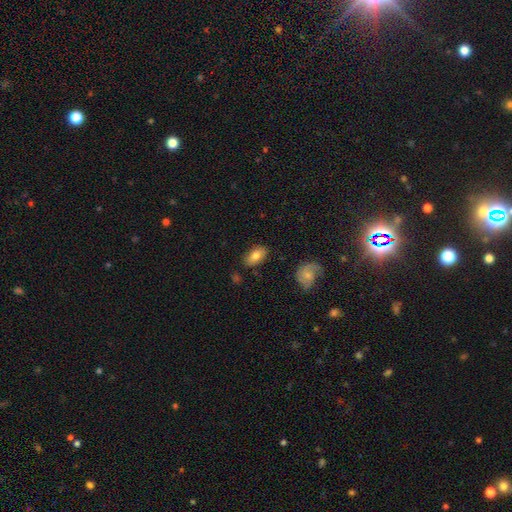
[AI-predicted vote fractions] smooth-or-featured: smooth: 78% | featured or disk: 14% | star or artifact: 7%
  how-rounded: in between: 91% | round: 6% | cigar-shaped: 3%
  merging: none: 83% | minor disturbance: 12% | major disturbance: 3% | merger: 2%